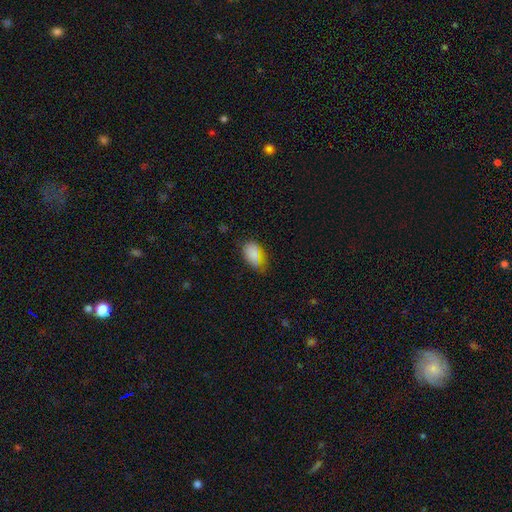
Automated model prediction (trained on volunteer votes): Smooth or featured: smooth — 81% (star or artifact — 12%)
How rounded: in between — 91% (round — 7%)
Merging: none — 62% (minor disturbance — 29%)